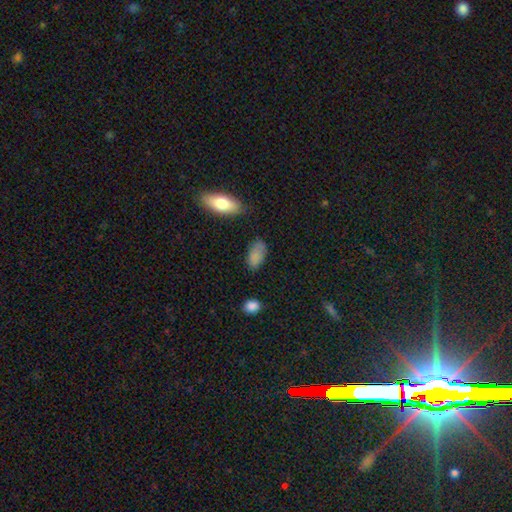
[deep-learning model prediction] smooth_or_featured: smooth (p=0.84) [alt: star or artifact p=0.09]
how_rounded: in between (p=0.93) [alt: round p=0.04]
merging: none (p=0.68) [alt: minor disturbance p=0.23]